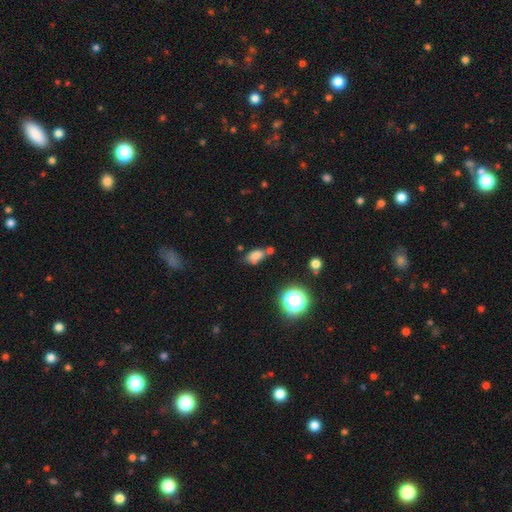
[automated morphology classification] This appears to be a smooth galaxy with no disk features (71%) that is in between round and cigar-shaped (82%). Merging: none (53%).